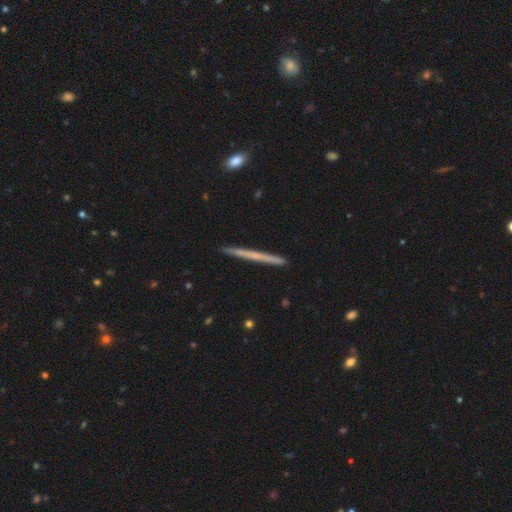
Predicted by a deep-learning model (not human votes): Smooth or featured? Predicted: featured or disk (p=0.52). Edge-on disk? Predicted: yes (p=0.98). Edge-on bulge? Predicted: none (p=0.85). Merging? Predicted: none (p=0.92).